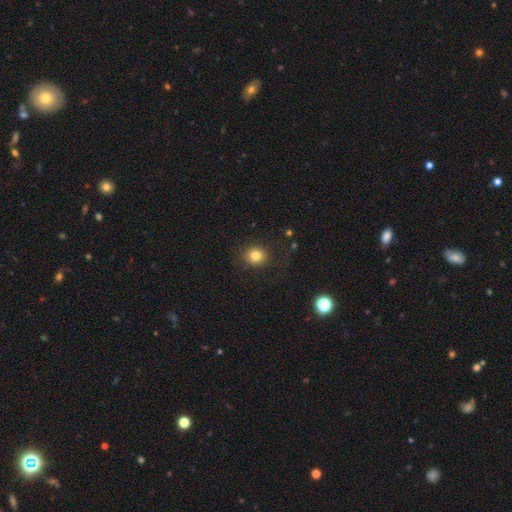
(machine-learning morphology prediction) A smooth galaxy with no disk features (80%) that is round (82%).

Vote fractions:
- Smooth or featured? smooth: 80% / star or artifact: 12% / featured or disk: 7%
- How rounded? round: 82% / in between: 17% / cigar-shaped: 1%
- Merging? none: 86% / minor disturbance: 9% / major disturbance: 4% / merger: 1%